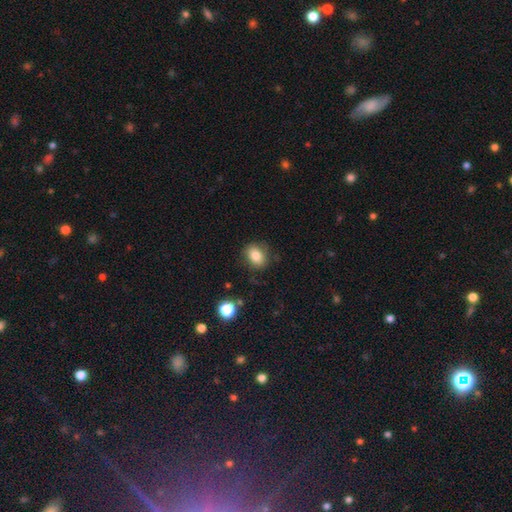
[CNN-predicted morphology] Smooth or featured?
  - smooth: 82% *
  - star or artifact: 10%
  - featured or disk: 8%
How rounded?
  - in between: 62% *
  - round: 37%
  - cigar-shaped: 1%
Merging?
  - none: 78% *
  - minor disturbance: 15%
  - major disturbance: 4%
  - merger: 2%